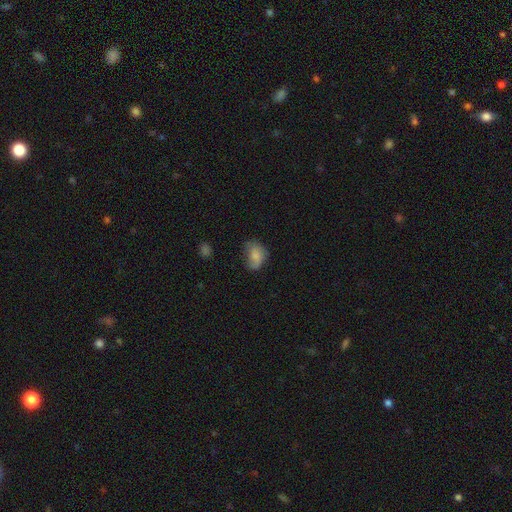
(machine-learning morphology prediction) The model was most divided on "merging": none: 45%, minor disturbance: 34%, major disturbance: 19%, merger: 3%. More confident: how rounded — in between (72%); smooth or featured — smooth (71%).